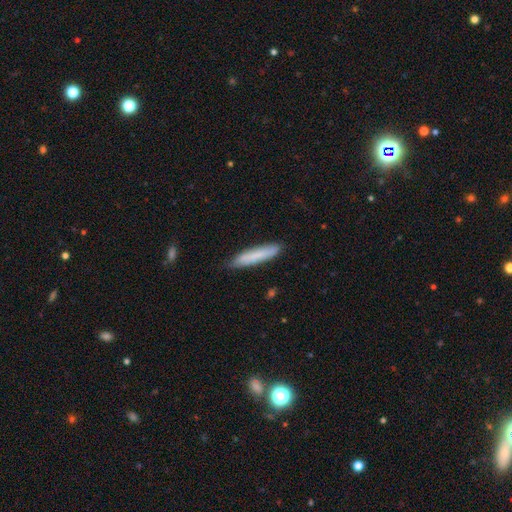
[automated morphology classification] Smooth or featured?
  - smooth: 77% *
  - featured or disk: 17%
  - star or artifact: 6%
How rounded?
  - cigar-shaped: 89% *
  - in between: 10%
  - round: 1%
Merging?
  - none: 82% *
  - minor disturbance: 14%
  - major disturbance: 2%
  - merger: 1%